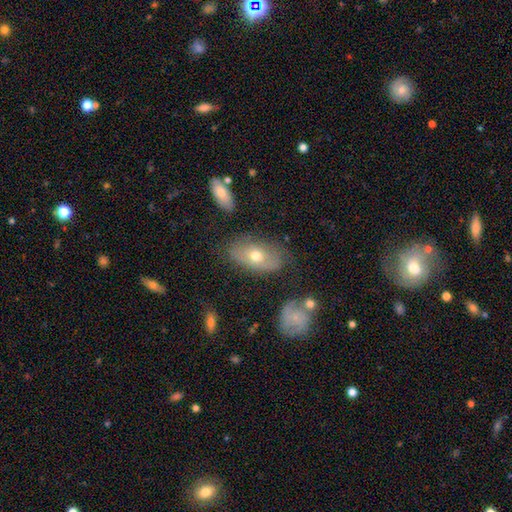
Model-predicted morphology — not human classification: This appears to be a smooth galaxy with no disk features (54%) that is in between round and cigar-shaped (90%). Merging: none (67%).